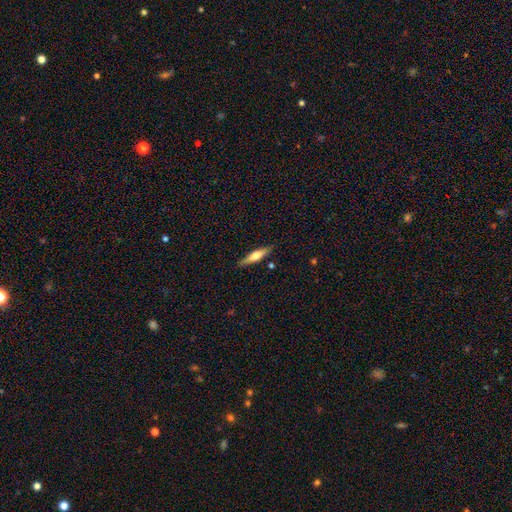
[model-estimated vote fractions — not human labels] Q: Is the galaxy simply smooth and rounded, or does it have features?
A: featured or disk — 47%, tied with smooth.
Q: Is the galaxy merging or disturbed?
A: none — 87%.